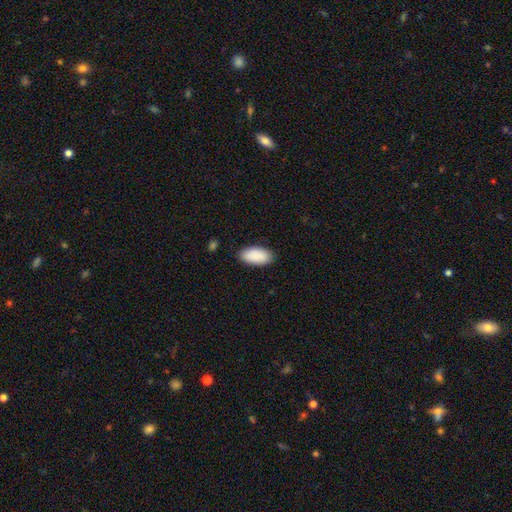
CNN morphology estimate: smooth-or-featured: smooth: 91% | star or artifact: 6% | featured or disk: 3%
  how-rounded: in between: 94% | cigar-shaped: 4% | round: 2%
  merging: none: 87% | minor disturbance: 10% | major disturbance: 2% | merger: 1%